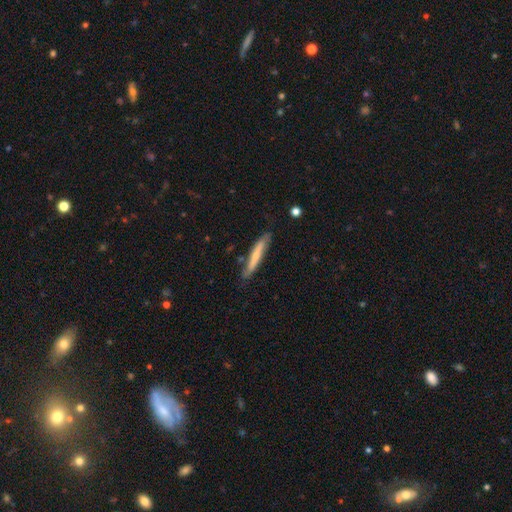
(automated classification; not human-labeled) Smooth or featured? smooth (54%)
How rounded? cigar-shaped (93%)
Merging? none (74%)